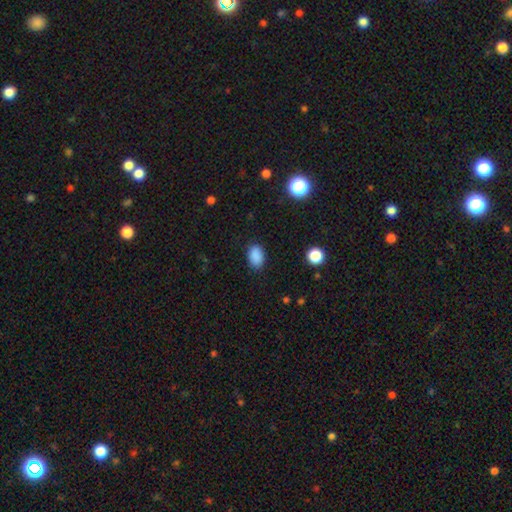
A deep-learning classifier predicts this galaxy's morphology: This is clearly a smooth galaxy (88%). How rounded: clearly in between (86%). Merging: clearly none (86%).